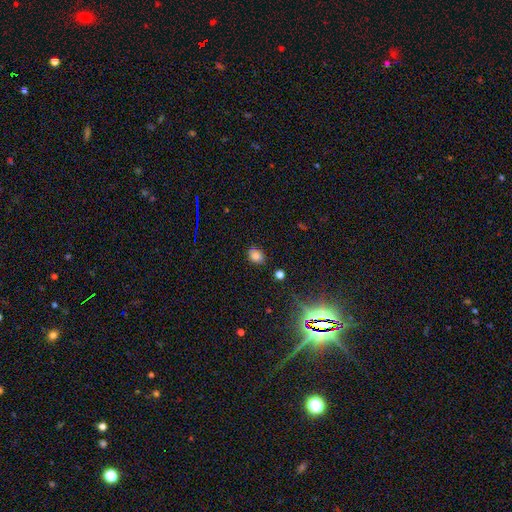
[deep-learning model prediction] Morphology: type=smooth (77%); roundness=round (50%); merging=none (81%).